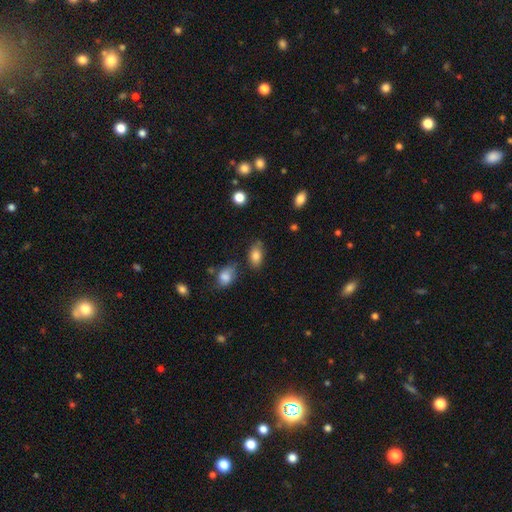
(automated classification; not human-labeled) The model was most divided on "merging": none: 71%, minor disturbance: 19%, merger: 6%, major disturbance: 4%. More confident: how rounded — in between (88%); smooth or featured — smooth (83%).